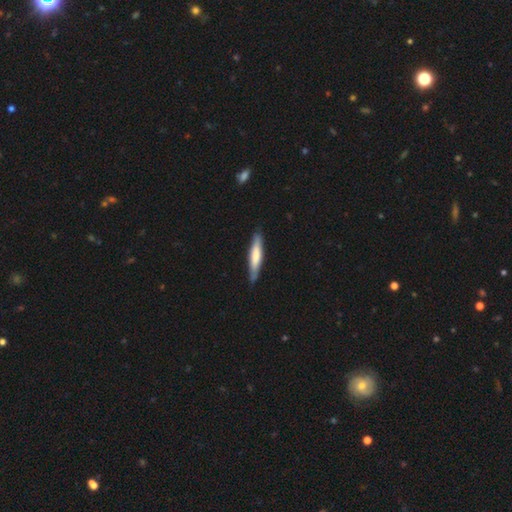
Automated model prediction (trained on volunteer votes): Overall: smooth (64%; featured or disk 31%). How rounded: cigar-shaped (89%). Merging: none (85%).